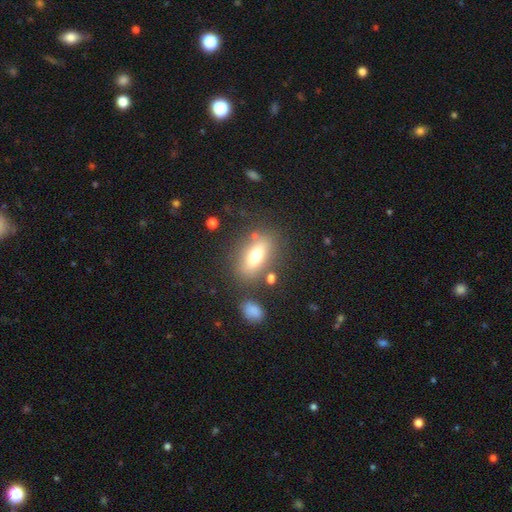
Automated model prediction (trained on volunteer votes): A smooth galaxy with no disk features (64%) that is in between round and cigar-shaped (74%). Merging: none (76%).